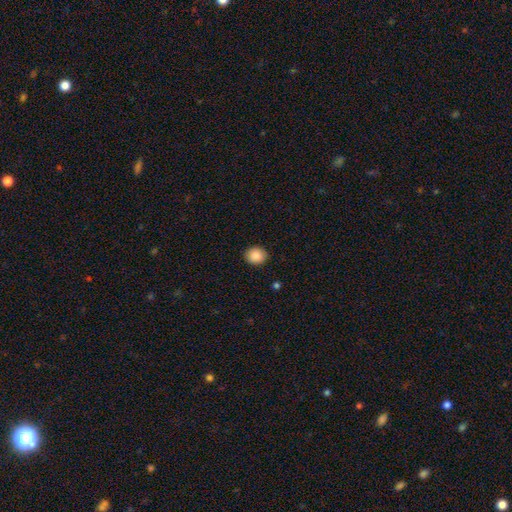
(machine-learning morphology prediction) This appears to be a smooth galaxy with no disk features (88%) that is round (74%). Merging: none (89%).